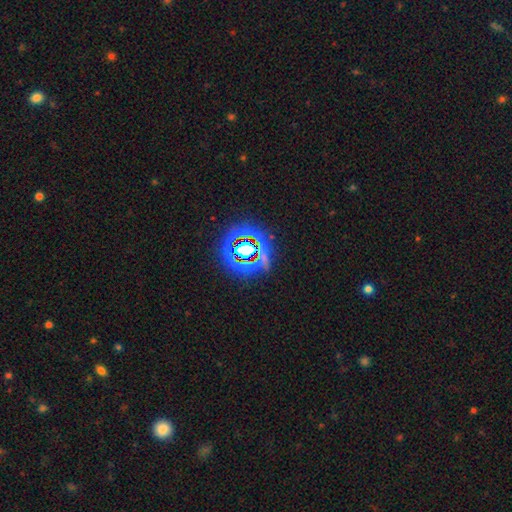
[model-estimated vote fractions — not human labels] Smooth or featured? star or artifact (79%)